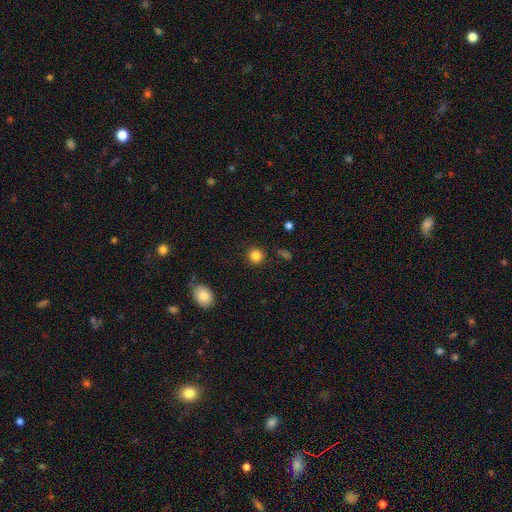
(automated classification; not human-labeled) A smooth galaxy with no disk features (85%) that is round (92%).

Vote fractions:
- Smooth or featured? smooth: 85% / star or artifact: 11% / featured or disk: 4%
- How rounded? round: 92% / in between: 7% / cigar-shaped: 1%
- Merging? none: 90% / minor disturbance: 6% / major disturbance: 2% / merger: 2%